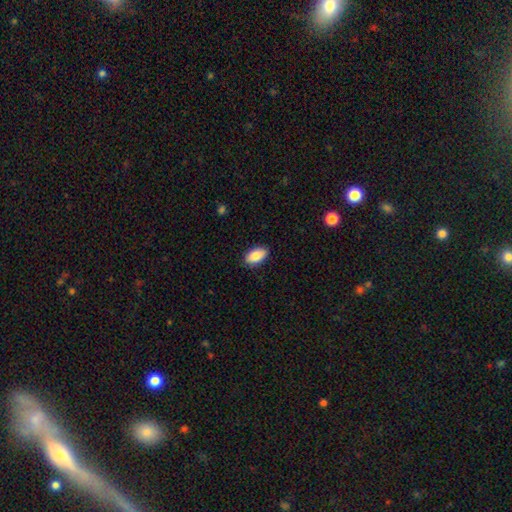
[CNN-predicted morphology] smooth 85%, featured or disk 9%, star or artifact 7%. Down the decision tree: how rounded — in between (92%); merging — none (87%).